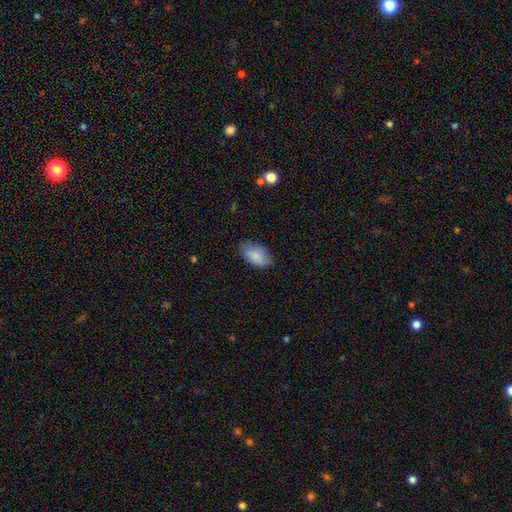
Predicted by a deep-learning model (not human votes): smooth_or_featured: smooth (p=0.86) [alt: featured or disk p=0.08]
how_rounded: in between (p=0.95) [alt: round p=0.04]
merging: none (p=0.79) [alt: minor disturbance p=0.17]